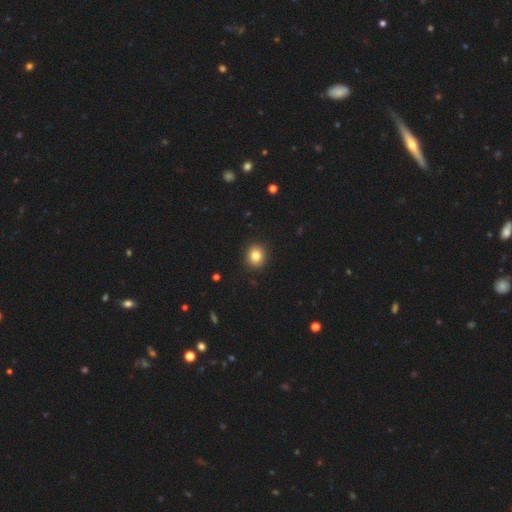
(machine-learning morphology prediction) A smooth galaxy with no disk features (83%) that is round (79%).

Vote fractions:
- Smooth or featured? smooth: 83% / star or artifact: 11% / featured or disk: 6%
- How rounded? round: 79% / in between: 21% / cigar-shaped: 1%
- Merging? none: 92% / minor disturbance: 6% / major disturbance: 2% / merger: 1%